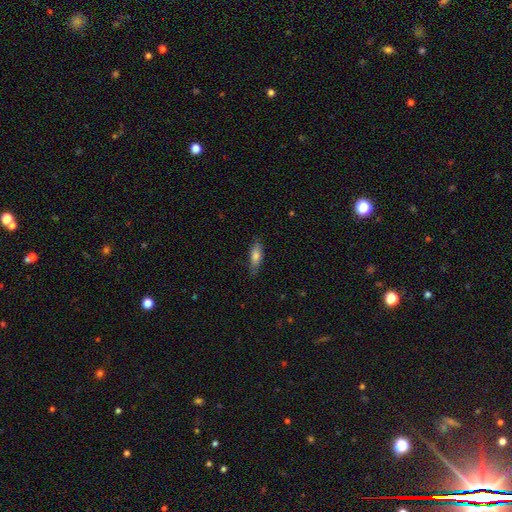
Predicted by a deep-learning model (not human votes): A smooth galaxy with no disk features (75%) that is in between round and cigar-shaped (54%). Merging: none (75%).